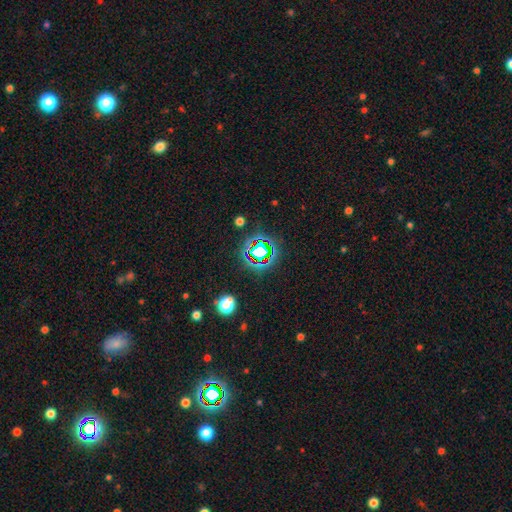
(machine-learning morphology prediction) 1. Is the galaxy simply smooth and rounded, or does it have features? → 76% star or artifact, 15% smooth, 10% featured or disk.